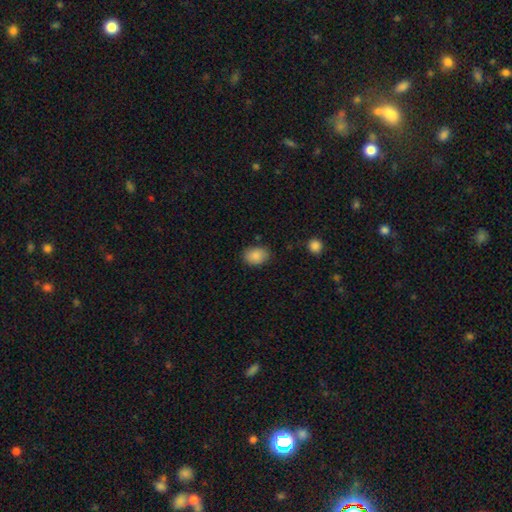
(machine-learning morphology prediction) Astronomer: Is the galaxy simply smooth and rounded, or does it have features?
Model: smooth — 88%.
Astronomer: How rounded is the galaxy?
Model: in between — 72%.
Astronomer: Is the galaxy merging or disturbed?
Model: none — 83%.